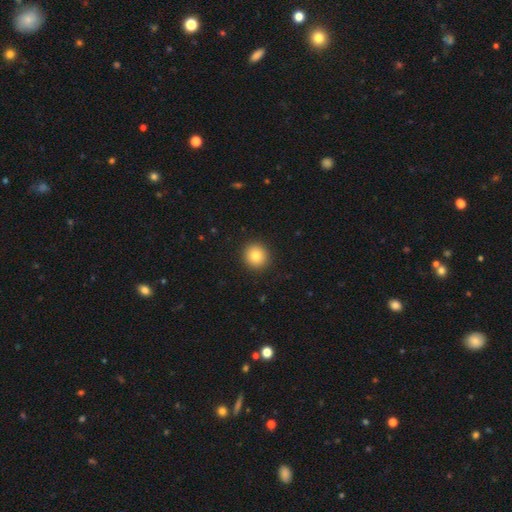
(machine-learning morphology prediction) type=smooth (83%); roundness=round (92%); merging=none (93%).